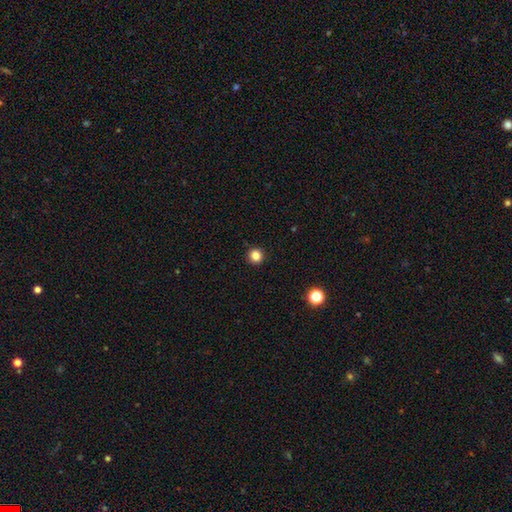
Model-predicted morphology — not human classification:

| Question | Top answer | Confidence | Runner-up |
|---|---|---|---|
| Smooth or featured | smooth | 83% | star or artifact (13%) |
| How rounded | round | 95% | in between (4%) |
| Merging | none | 93% | minor disturbance (4%) |